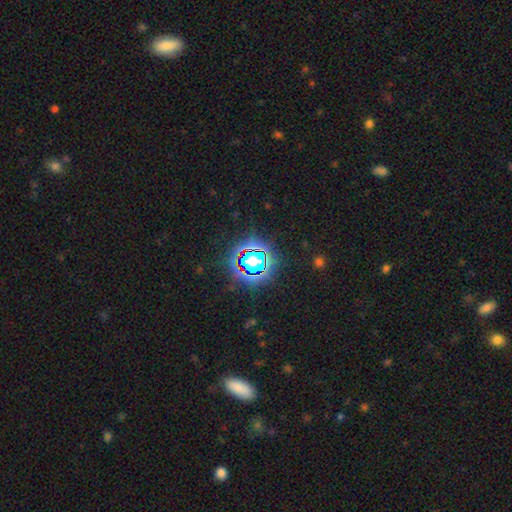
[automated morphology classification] This is likely a star or artifact rather than a galaxy (73%).